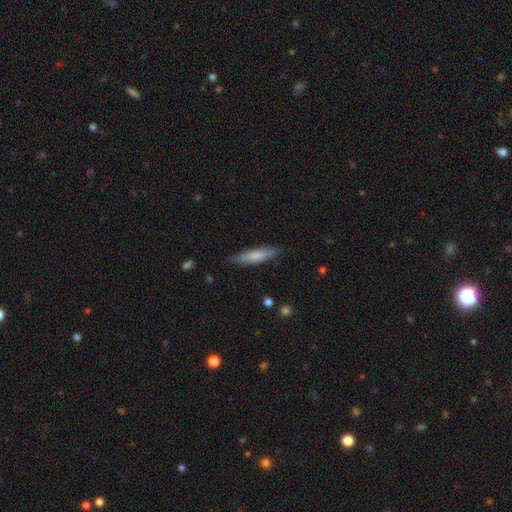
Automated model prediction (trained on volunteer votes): This is likely a smooth galaxy (74%). How rounded: likely cigar-shaped (75%). Merging: clearly none (81%).